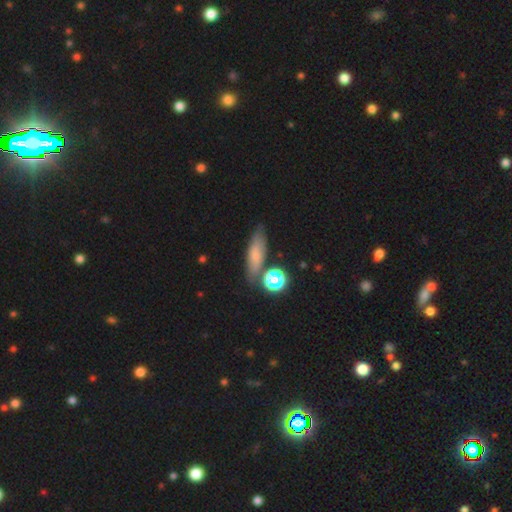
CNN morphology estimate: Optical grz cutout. It shows a smooth galaxy with no disk features (68%) that is in between round and cigar-shaped (50%). Merging: none (66%).